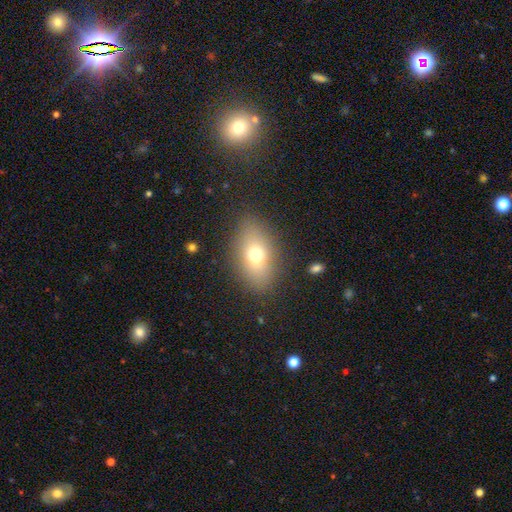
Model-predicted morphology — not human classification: Overall: smooth (70%). How rounded: in between (81%). Merging: none (83%).